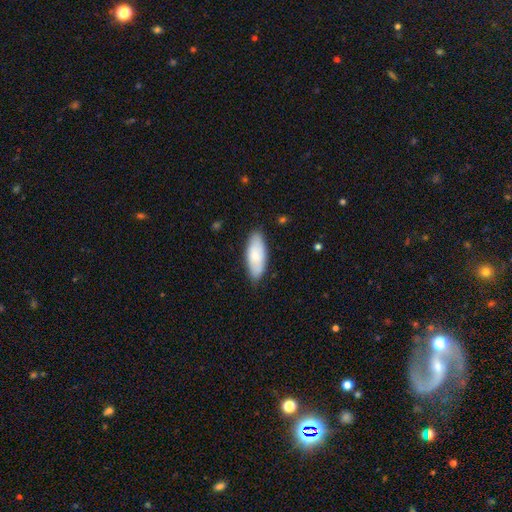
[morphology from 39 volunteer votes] A smooth galaxy with no disk features (82%) that is in between round and cigar-shaped (56%).

Vote fractions:
- Smooth or featured? smooth: 82% / featured or disk: 15% / star or artifact: 3%
- How rounded? in between: 56% / cigar-shaped: 44% / round: 0%
- Merging? none: 87% / minor disturbance: 11% / major disturbance: 3% / merger: 0%